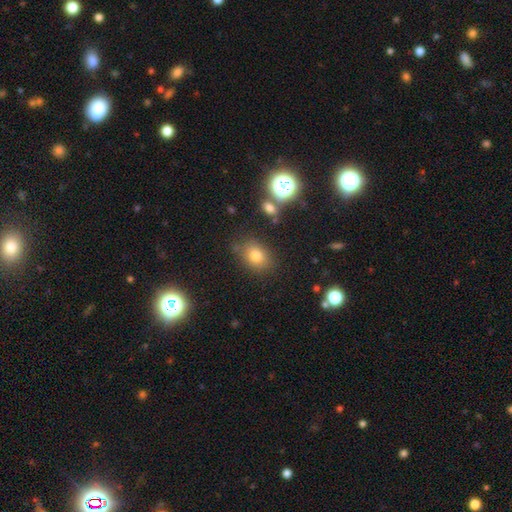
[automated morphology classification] This appears to be a smooth galaxy with no disk features (75%) that is in between round and cigar-shaped (59%). Merging: none (77%).